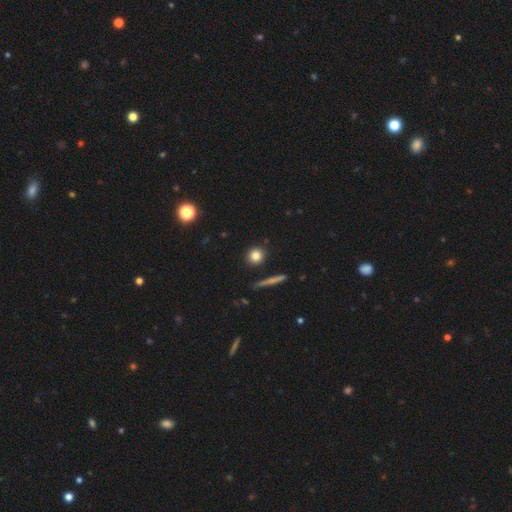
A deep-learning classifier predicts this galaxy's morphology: This appears to be a smooth galaxy with no disk features (81%) that is round (89%). Merging: none (88%).